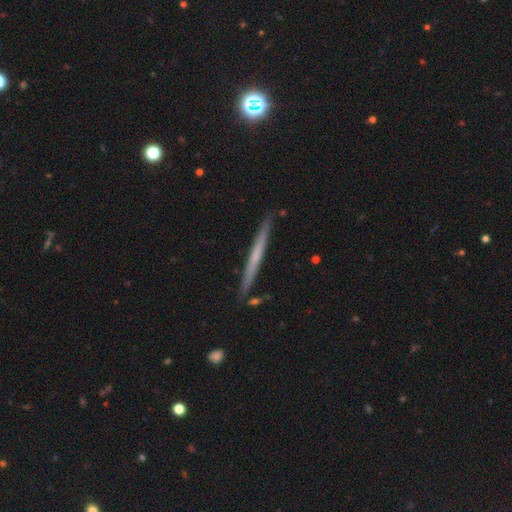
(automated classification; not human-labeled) This is possibly a featured or disk galaxy (50%). Merging: clearly none (89%).